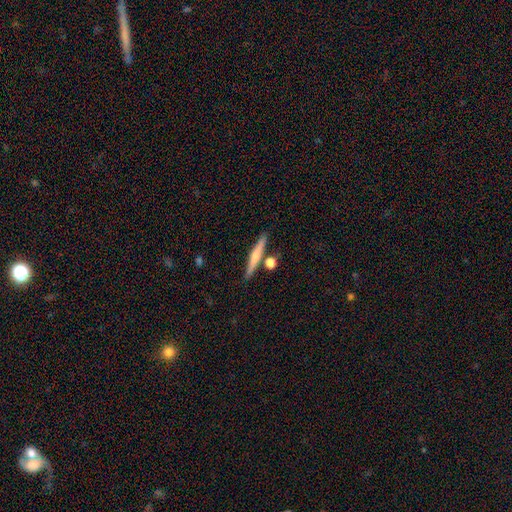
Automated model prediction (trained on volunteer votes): A smooth galaxy with no disk features (50%).

Vote fractions:
- Smooth or featured? smooth: 50% / featured or disk: 44% / star or artifact: 6%
- Merging? none: 79% / merger: 10% / minor disturbance: 9% / major disturbance: 2%